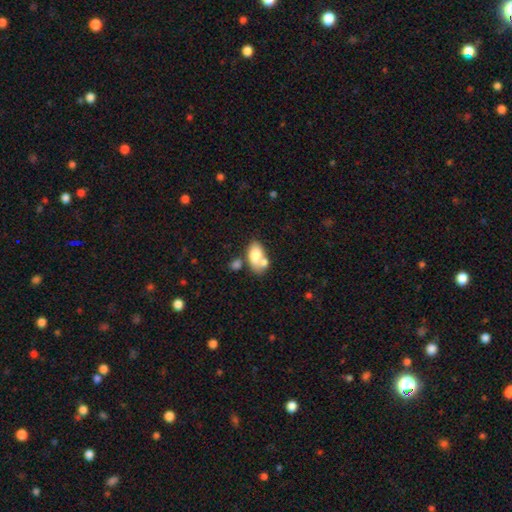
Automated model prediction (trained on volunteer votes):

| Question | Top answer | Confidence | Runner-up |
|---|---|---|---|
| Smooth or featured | smooth | 75% | featured or disk (18%) |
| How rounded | in between | 91% | round (7%) |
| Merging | merger | 40% | none (38%) |